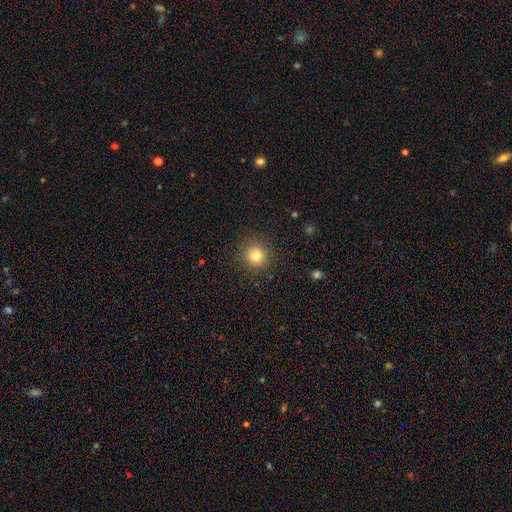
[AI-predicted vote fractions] A smooth galaxy with no disk features (82%) that is round (90%).

Vote fractions:
- Smooth or featured? smooth: 82% / star or artifact: 12% / featured or disk: 6%
- How rounded? round: 90% / in between: 9% / cigar-shaped: 1%
- Merging? none: 89% / minor disturbance: 7% / major disturbance: 3% / merger: 1%